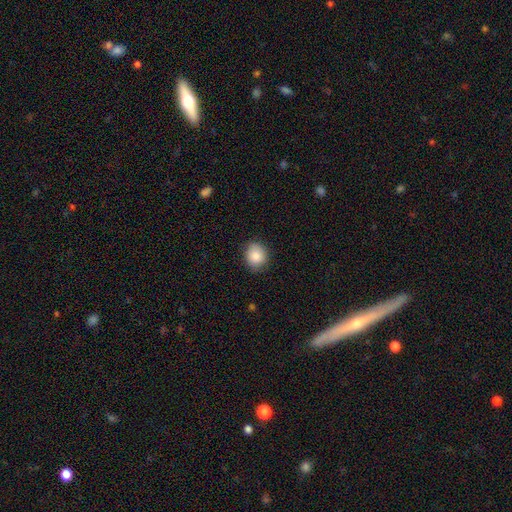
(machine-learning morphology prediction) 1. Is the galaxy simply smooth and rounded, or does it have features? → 86% smooth, 8% star or artifact, 6% featured or disk.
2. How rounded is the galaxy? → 68% round, 31% in between, 1% cigar-shaped.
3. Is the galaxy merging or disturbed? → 84% none, 12% minor disturbance, 3% major disturbance, 1% merger.